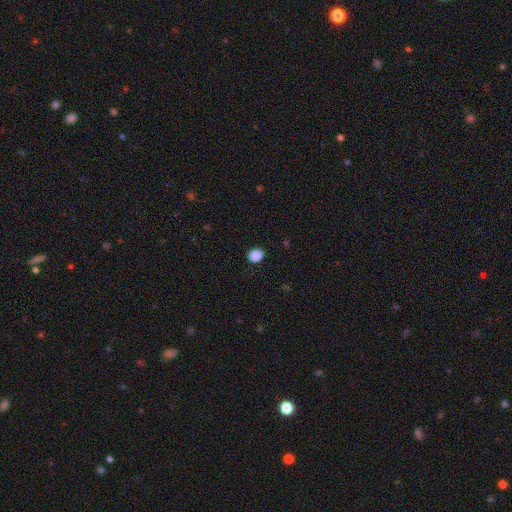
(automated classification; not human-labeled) This is clearly a smooth galaxy (88%). How rounded: likely round (62%). Merging: clearly none (90%).